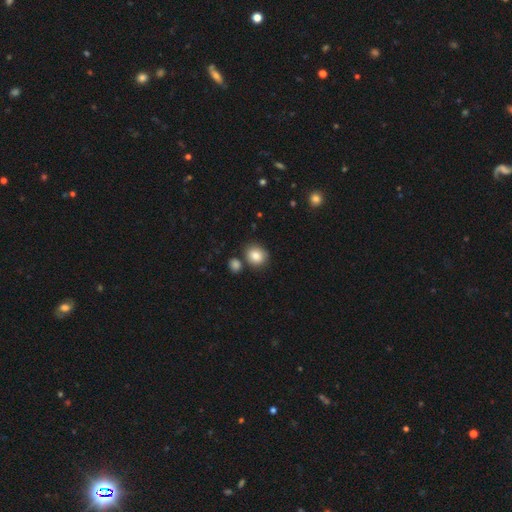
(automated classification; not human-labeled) Morphology: type=smooth (83%); roundness=round (77%); merging=none (75%).